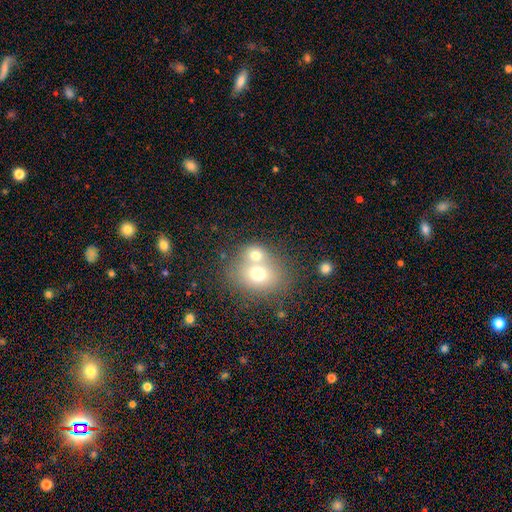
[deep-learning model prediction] Q: Smooth or featured?
A: smooth (68%); runner-up: featured or disk (21%)
Q: How rounded?
A: round (58%); runner-up: in between (41%)
Q: Merging?
A: merger (60%); runner-up: none (29%)